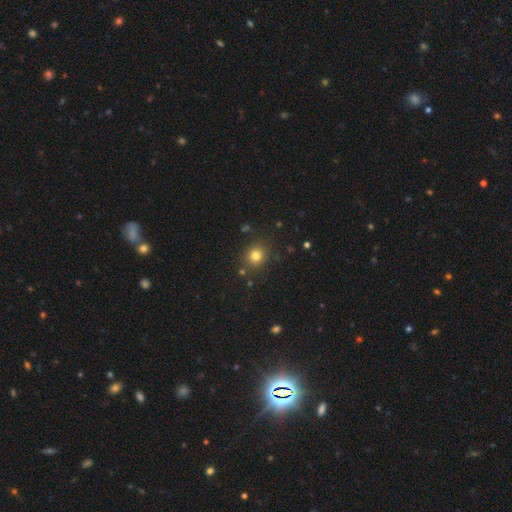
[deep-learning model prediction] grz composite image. It shows a smooth galaxy with no disk features (79%) that is round (84%). Merging: none (86%).